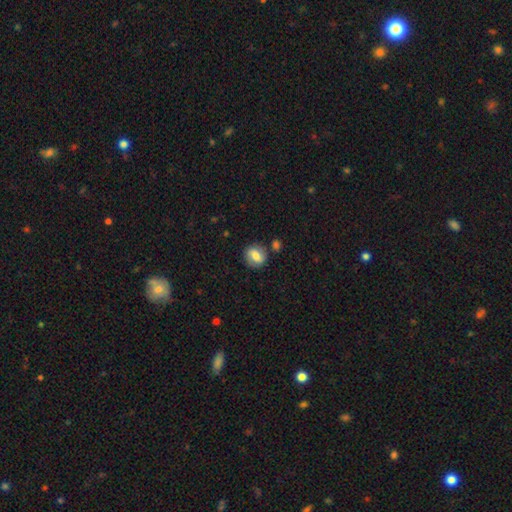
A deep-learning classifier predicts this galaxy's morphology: The model was most divided on "smooth or featured": smooth: 66%, featured or disk: 26%, star or artifact: 8%. More confident: merging — none (77%); how rounded — round (71%).